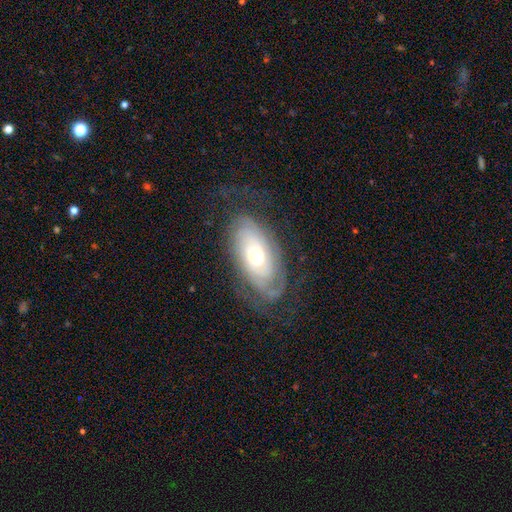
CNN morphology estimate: Smooth or featured?
  - featured or disk: 75% *
  - smooth: 19%
  - star or artifact: 6%
Edge-on disk?
  - no: 91% *
  - yes: 9%
Bar?
  - no: 77% *
  - weak: 17%
  - strong: 6%
Spiral arms?
  - yes: 86% *
  - no: 14%
Spiral winding?
  - tight: 65% *
  - medium: 24%
  - loose: 11%
Spiral arm count?
  - can't tell: 44% *
  - 2: 33%
  - 3: 9%
  - 1: 6%
  - 4: 4%
  - more than 4: 3%
Bulge size?
  - moderate: 64% *
  - small: 27%
  - large: 8%
  - dominant: 1%
  - none: 1%
Merging?
  - none: 67% *
  - minor disturbance: 19%
  - major disturbance: 13%
  - merger: 1%